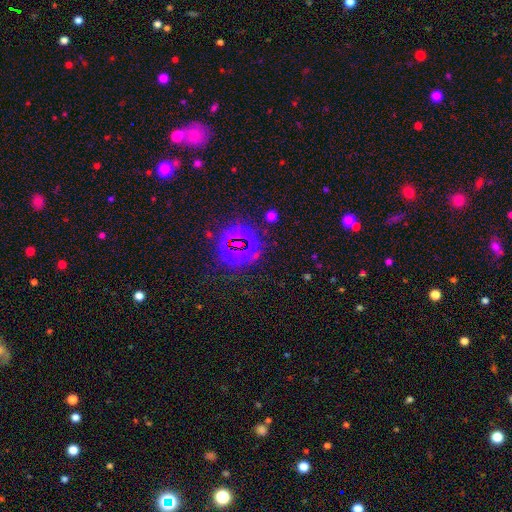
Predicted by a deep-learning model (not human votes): Smooth or featured? star or artifact (72%)